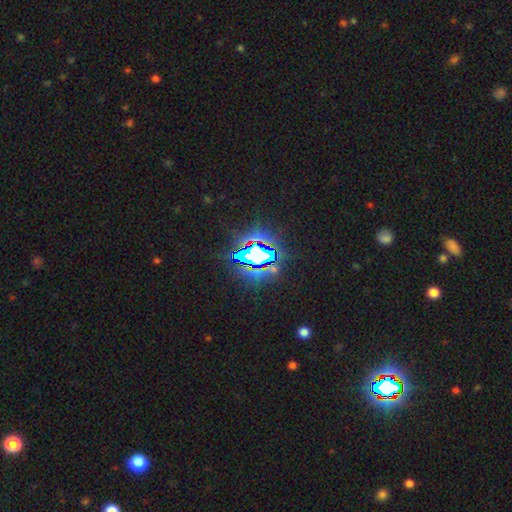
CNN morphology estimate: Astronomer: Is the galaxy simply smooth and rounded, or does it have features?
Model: star or artifact — 73%.